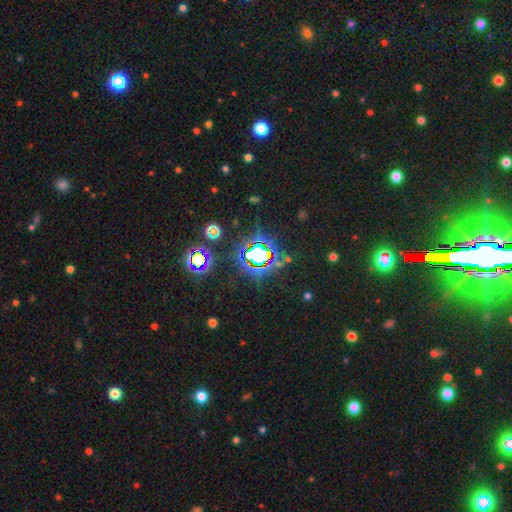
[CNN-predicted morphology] smooth-or-featured: star or artifact: 76% | smooth: 14% | featured or disk: 10%